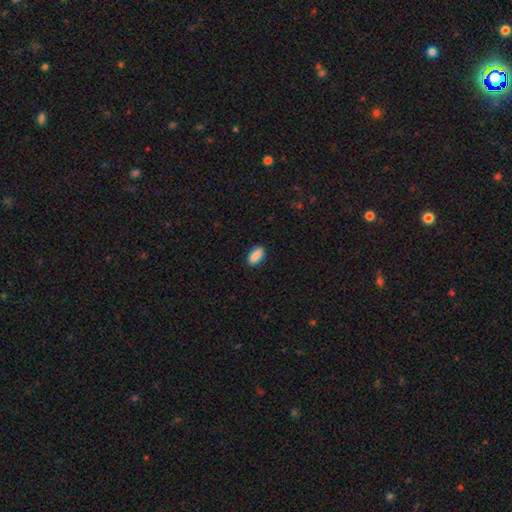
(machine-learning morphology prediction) Q: Smooth or featured?
A: smooth (89%); runner-up: star or artifact (7%)
Q: How rounded?
A: in between (89%); runner-up: cigar-shaped (7%)
Q: Merging?
A: none (88%); runner-up: minor disturbance (9%)